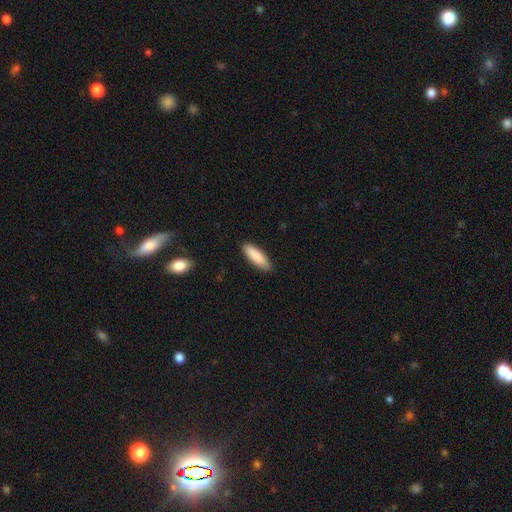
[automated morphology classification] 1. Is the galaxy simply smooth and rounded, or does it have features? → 89% smooth, 6% featured or disk, 6% star or artifact.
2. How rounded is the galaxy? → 51% cigar-shaped, 47% in between, 1% round.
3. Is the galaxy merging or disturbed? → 87% none, 10% minor disturbance, 2% major disturbance, 1% merger.